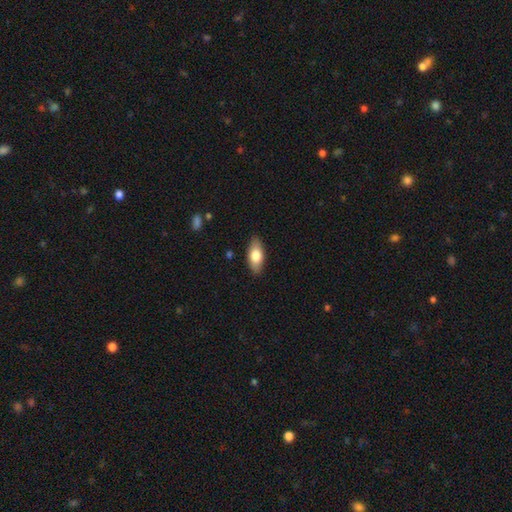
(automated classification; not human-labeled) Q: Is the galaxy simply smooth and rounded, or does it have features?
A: smooth — 75%.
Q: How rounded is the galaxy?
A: in between — 87%.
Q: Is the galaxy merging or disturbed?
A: none — 87%.